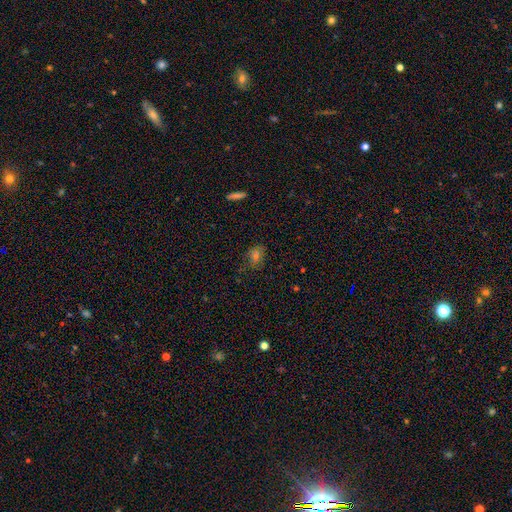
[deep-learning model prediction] A smooth galaxy with no disk features (56%) that is in between round and cigar-shaped (62%). Merging: none (73%).